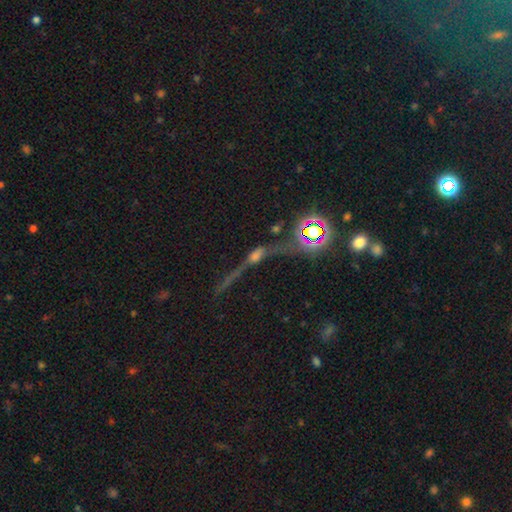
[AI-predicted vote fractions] Smooth or featured? Predicted: featured or disk (p=0.41). Merging? Predicted: none (p=0.44).